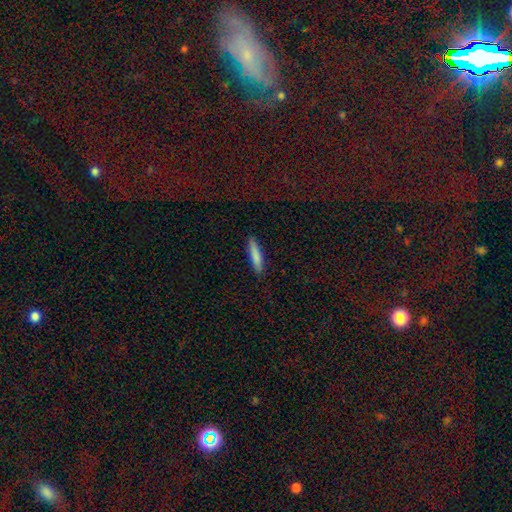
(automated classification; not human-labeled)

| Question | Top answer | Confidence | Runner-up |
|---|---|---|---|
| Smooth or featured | smooth | 81% | featured or disk (12%) |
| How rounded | cigar-shaped | 88% | in between (11%) |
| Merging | none | 88% | minor disturbance (9%) |